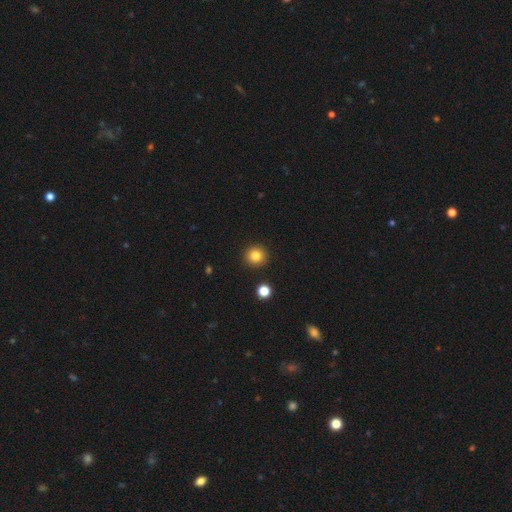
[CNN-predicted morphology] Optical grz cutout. It shows a smooth galaxy with no disk features (83%) that is round (93%). Merging: none (92%).